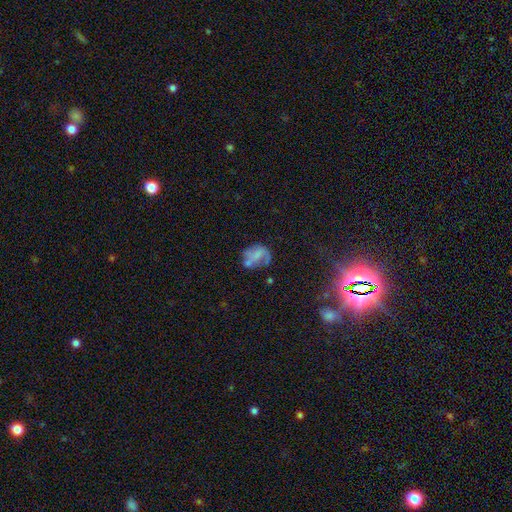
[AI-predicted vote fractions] This appears to be a smooth galaxy with no disk features (44%). Merging: none (35%).